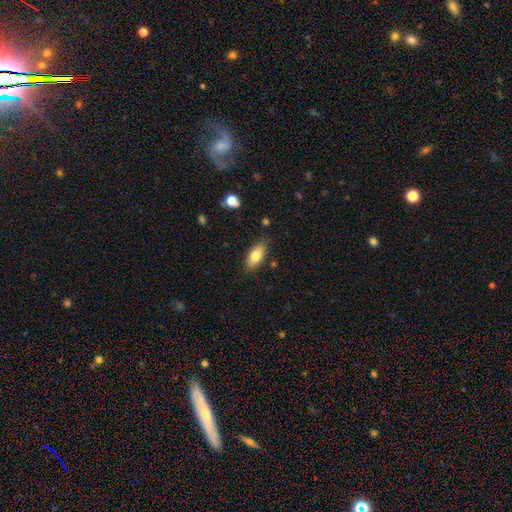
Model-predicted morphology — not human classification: smooth_or_featured: smooth (p=0.77) [alt: featured or disk p=0.16]
how_rounded: in between (p=0.86) [alt: cigar-shaped p=0.11]
merging: none (p=0.83) [alt: minor disturbance p=0.13]